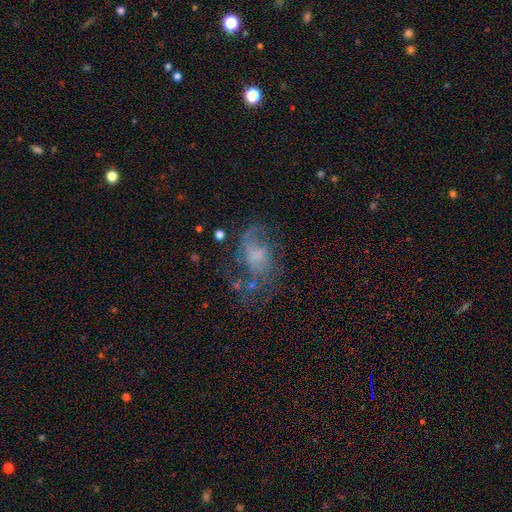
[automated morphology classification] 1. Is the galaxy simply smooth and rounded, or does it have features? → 61% featured or disk, 25% smooth, 14% star or artifact.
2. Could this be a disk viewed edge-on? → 96% no, 4% yes.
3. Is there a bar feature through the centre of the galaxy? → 64% no, 30% weak, 6% strong.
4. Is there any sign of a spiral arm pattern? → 67% yes, 33% no.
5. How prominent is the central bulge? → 36% none, 27% moderate, 26% small, 9% large, 2% dominant.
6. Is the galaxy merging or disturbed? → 42% none, 33% major disturbance, 21% minor disturbance, 4% merger.